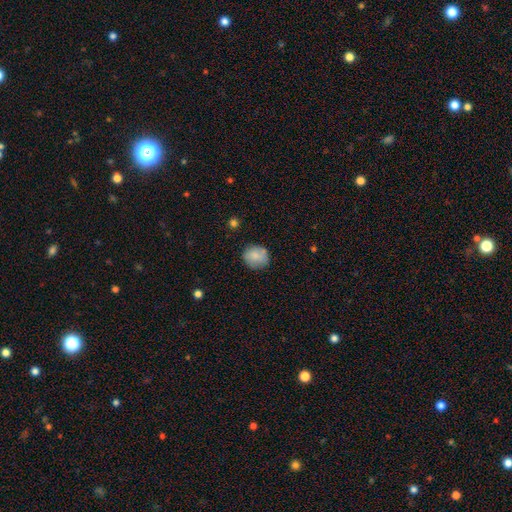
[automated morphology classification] type=smooth (81%); roundness=round (79%); merging=none (77%).